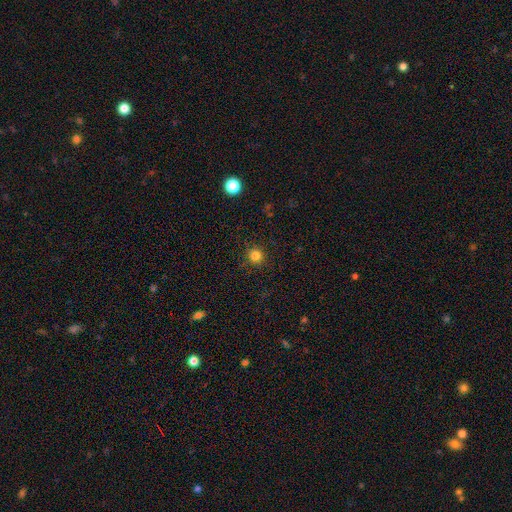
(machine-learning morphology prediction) A smooth galaxy with no disk features (81%) that is round (95%).

Vote fractions:
- Smooth or featured? smooth: 81% / star or artifact: 14% / featured or disk: 5%
- How rounded? round: 95% / in between: 4% / cigar-shaped: 1%
- Merging? none: 90% / minor disturbance: 7% / major disturbance: 2% / merger: 1%